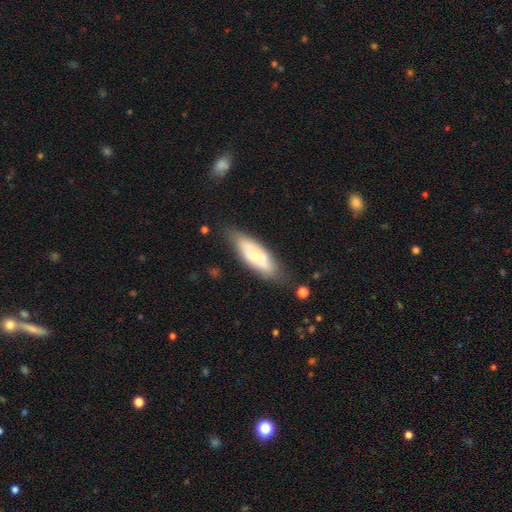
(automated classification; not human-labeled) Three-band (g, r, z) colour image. It shows a smooth galaxy with no disk features (52%) that is in between round and cigar-shaped (62%). Merging: none (70%).